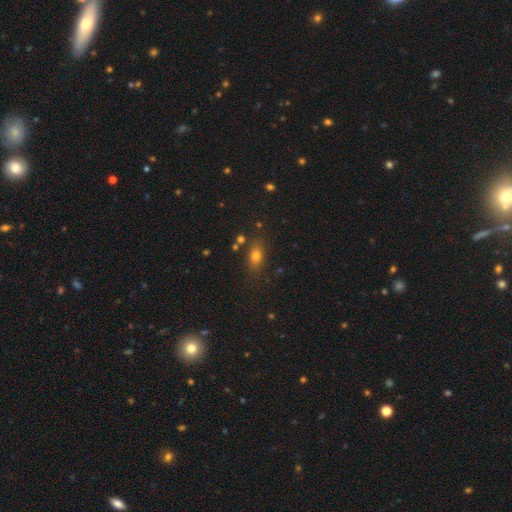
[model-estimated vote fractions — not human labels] Q: Smooth or featured?
A: smooth (74%); runner-up: star or artifact (16%)
Q: How rounded?
A: in between (71%); runner-up: round (24%)
Q: Merging?
A: none (78%); runner-up: minor disturbance (13%)